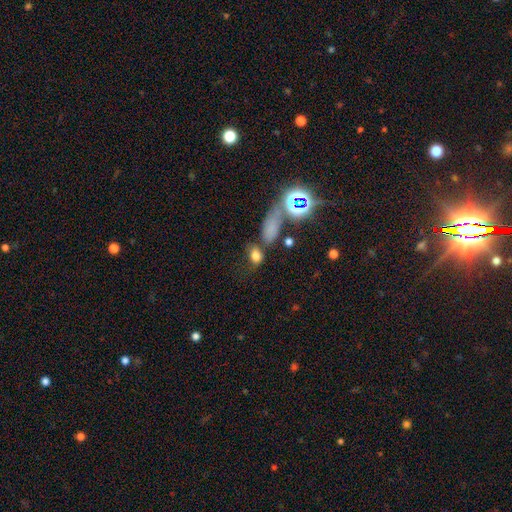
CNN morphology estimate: Smooth or featured? smooth (73%)
How rounded? in between (75%)
Merging? none (47%)